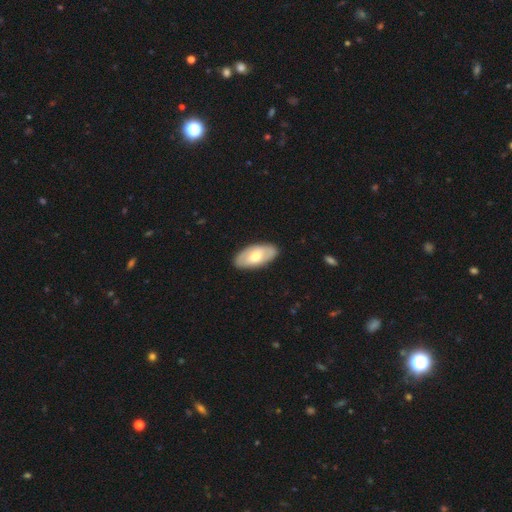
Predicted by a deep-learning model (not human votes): Q: Smooth or featured?
A: smooth (53%); runner-up: featured or disk (42%)
Q: How rounded?
A: in between (93%); runner-up: cigar-shaped (4%)
Q: Merging?
A: none (87%); runner-up: minor disturbance (10%)